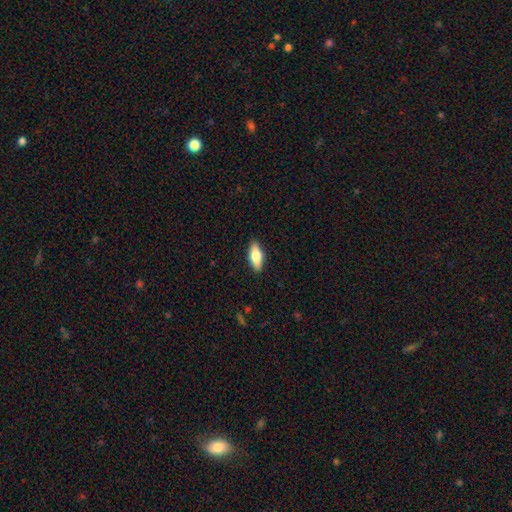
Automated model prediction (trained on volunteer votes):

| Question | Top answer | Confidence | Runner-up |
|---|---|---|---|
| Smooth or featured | smooth | 66% | featured or disk (28%) |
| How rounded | in between | 76% | cigar-shaped (21%) |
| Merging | none | 89% | minor disturbance (8%) |